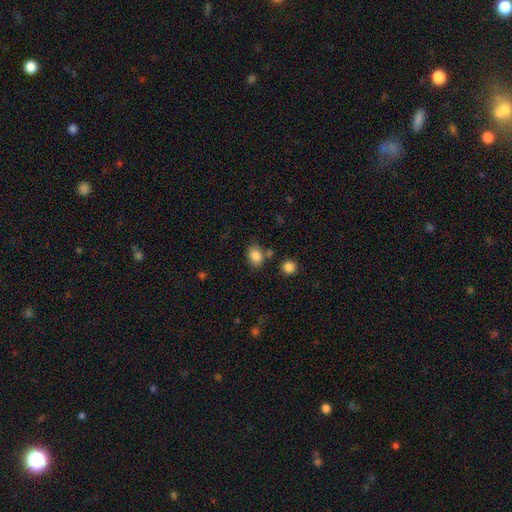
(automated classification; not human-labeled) smooth 85%, star or artifact 9%, featured or disk 6%. Down the decision tree: how rounded — in between (65%); merging — none (69%).